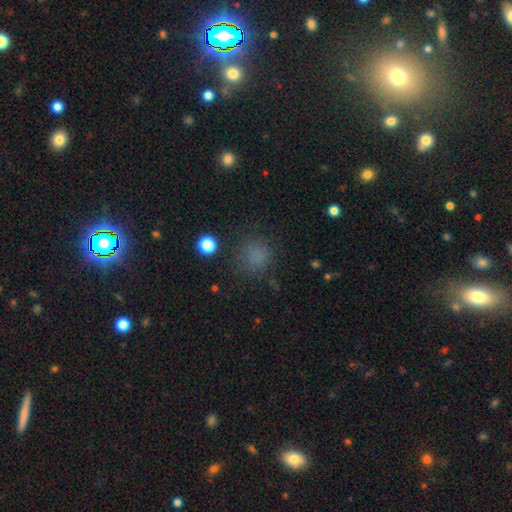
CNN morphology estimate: Smooth or featured? Predicted: smooth (p=0.76). How rounded? Predicted: round (p=0.87). Merging? Predicted: none (p=0.80).